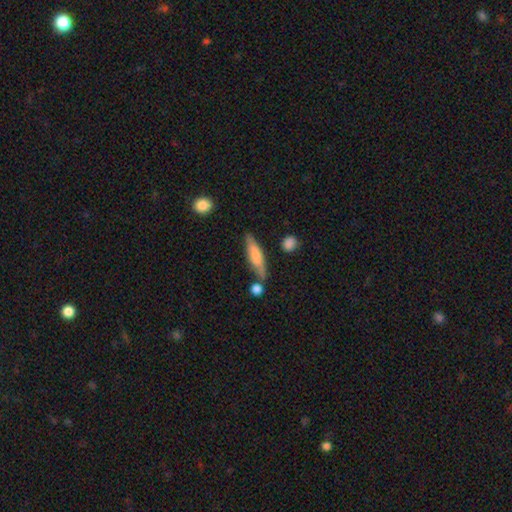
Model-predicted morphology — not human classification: smooth_or_featured: smooth (p=0.65) [alt: featured or disk p=0.29]
how_rounded: cigar-shaped (p=0.72) [alt: in between p=0.26]
merging: none (p=0.66) [alt: minor disturbance p=0.19]